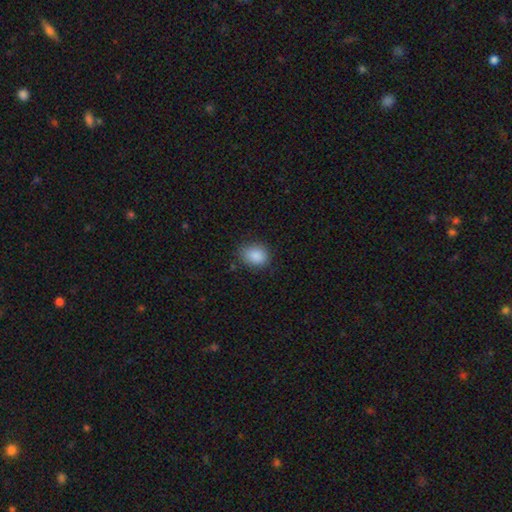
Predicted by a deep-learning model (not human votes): This is clearly a smooth galaxy (88%). How rounded: possibly round (50%). Merging: likely none (79%).